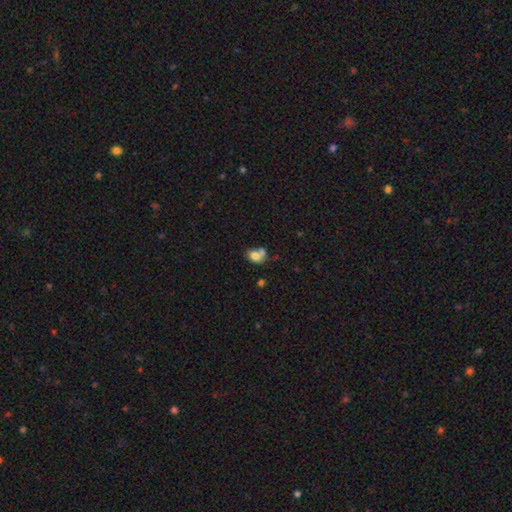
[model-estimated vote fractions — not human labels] Smooth or featured? Predicted: smooth (p=0.75). How rounded? Predicted: in between (p=0.61). Merging? Predicted: merger (p=0.44).